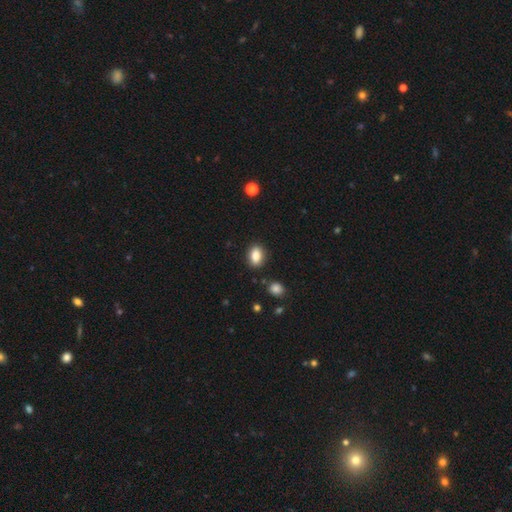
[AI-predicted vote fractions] Overall: smooth (86%). How rounded: in between (82%). Merging: none (86%).